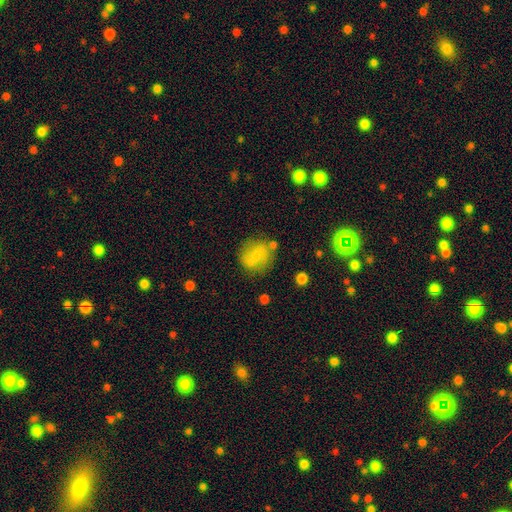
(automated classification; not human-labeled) This appears to be a smooth galaxy with no disk features (61%) that is round (69%). Merging: none (68%).